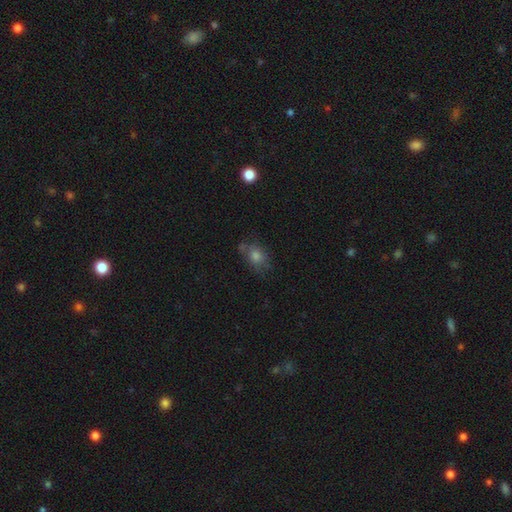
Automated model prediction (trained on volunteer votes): A smooth galaxy with no disk features (65%) that is in between round and cigar-shaped (66%). Merging: none (64%).